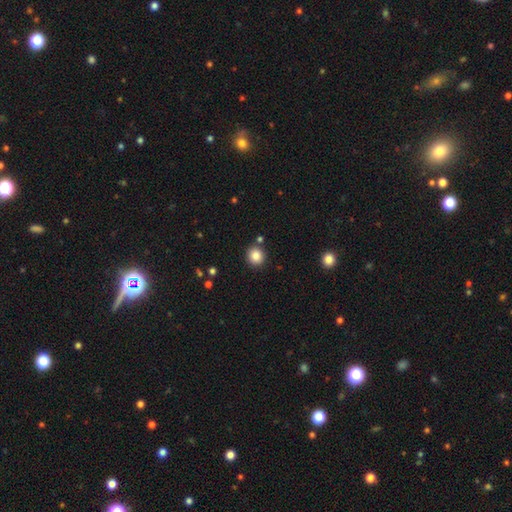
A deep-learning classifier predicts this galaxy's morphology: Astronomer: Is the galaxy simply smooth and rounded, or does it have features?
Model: smooth — 86%.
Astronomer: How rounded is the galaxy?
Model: round — 90%.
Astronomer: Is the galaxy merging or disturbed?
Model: none — 86%.